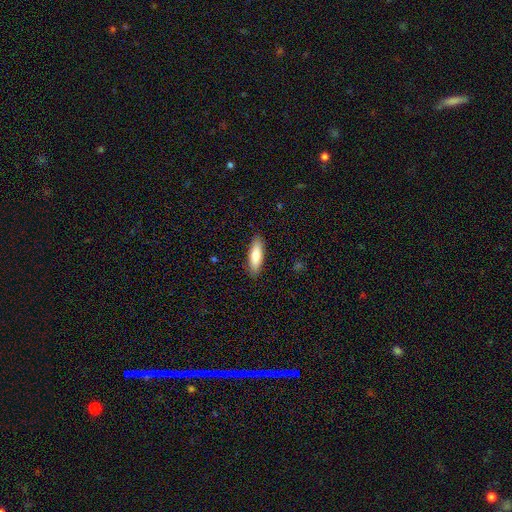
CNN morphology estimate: smooth-or-featured: smooth: 81% | featured or disk: 13% | star or artifact: 5%
  how-rounded: cigar-shaped: 53% | in between: 46% | round: 2%
  merging: none: 89% | minor disturbance: 9% | major disturbance: 2% | merger: 1%